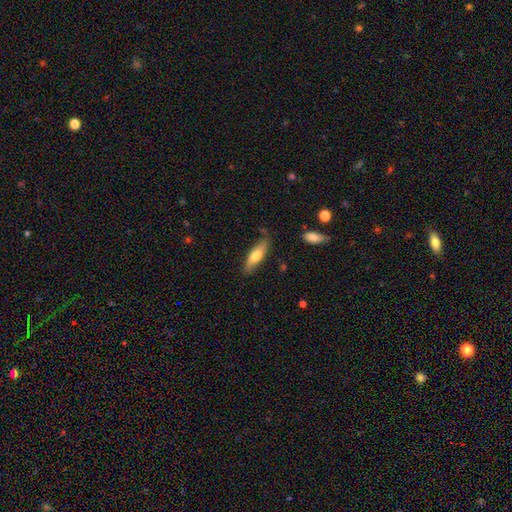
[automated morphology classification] smooth_or_featured: smooth (p=0.68) [alt: featured or disk p=0.26]
how_rounded: cigar-shaped (p=0.49) [tied with: in between p=0.49]
merging: none (p=0.75) [alt: minor disturbance p=0.19]